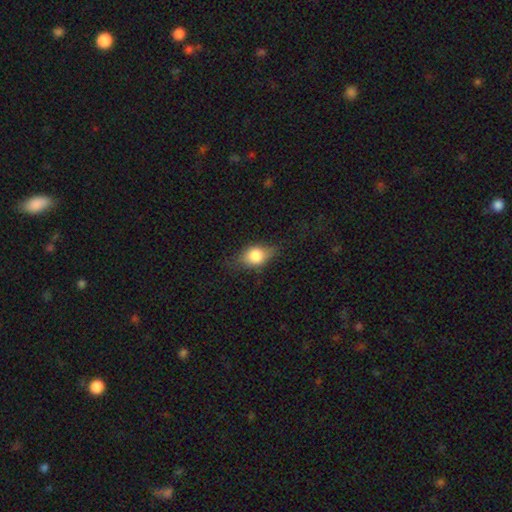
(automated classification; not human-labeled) Smooth or featured? smooth (73%)
How rounded? in between (66%)
Merging? none (67%)